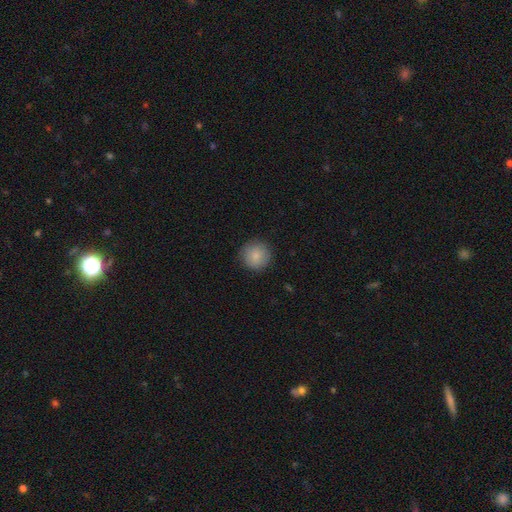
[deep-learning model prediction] smooth-or-featured: smooth: 87% | star or artifact: 8% | featured or disk: 5%
  how-rounded: round: 94% | in between: 5% | cigar-shaped: 1%
  merging: none: 89% | minor disturbance: 8% | major disturbance: 2% | merger: 1%